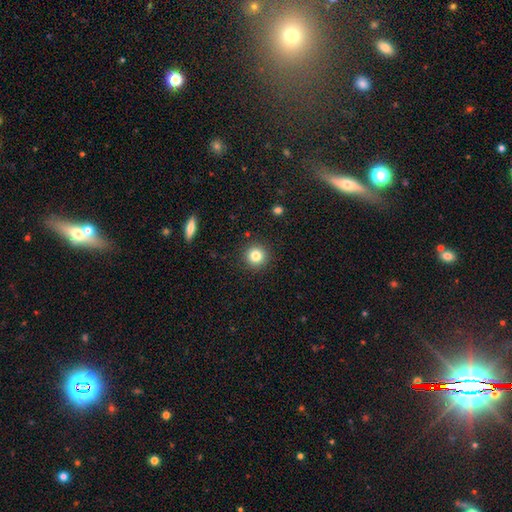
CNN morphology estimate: This appears to be a smooth galaxy with no disk features (82%) that is round (95%). Merging: none (91%).